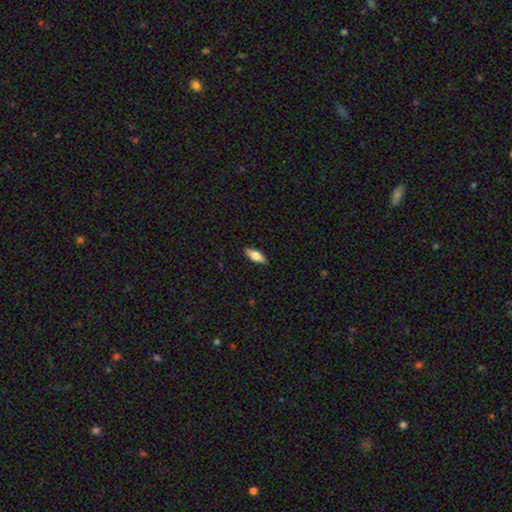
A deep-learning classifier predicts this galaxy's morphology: Smooth or featured? smooth (67%)
How rounded? in between (70%)
Merging? none (89%)